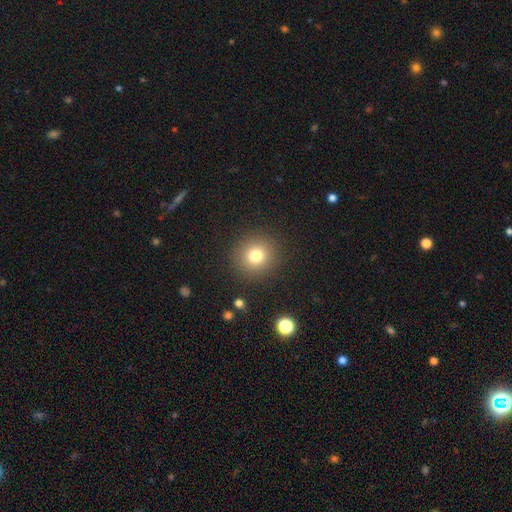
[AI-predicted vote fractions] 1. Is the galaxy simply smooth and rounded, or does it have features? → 77% smooth, 14% star or artifact, 9% featured or disk.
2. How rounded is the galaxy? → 92% round, 7% in between, 1% cigar-shaped.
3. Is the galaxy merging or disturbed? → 90% none, 6% minor disturbance, 3% major disturbance, 1% merger.